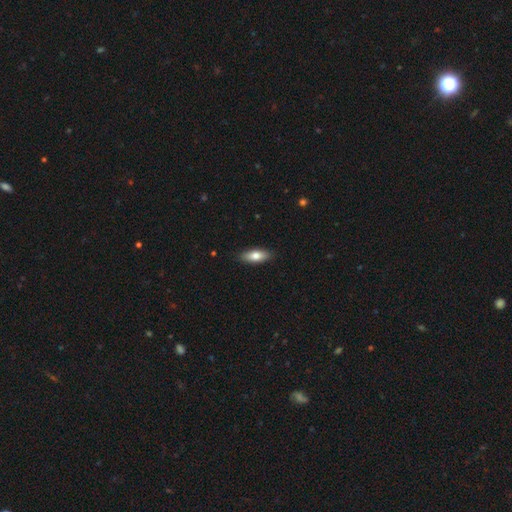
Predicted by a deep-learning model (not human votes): Smooth or featured: smooth — 76% (featured or disk — 18%)
How rounded: in between — 75% (cigar-shaped — 22%)
Merging: none — 89% (minor disturbance — 8%)